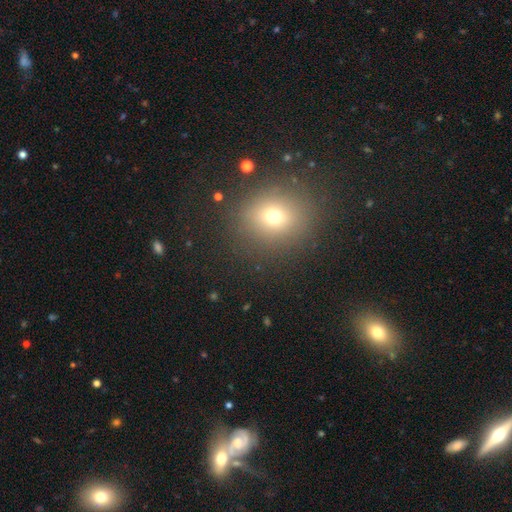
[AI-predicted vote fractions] Overall: smooth (62%; star or artifact 28%). How rounded: round (73%). Merging: none (87%).